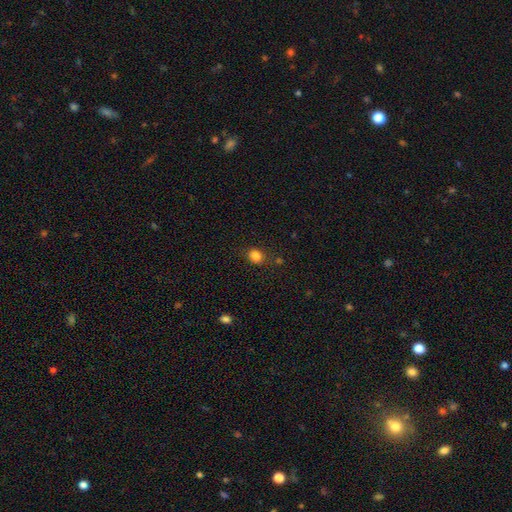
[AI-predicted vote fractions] Smooth or featured? smooth (83%)
How rounded? round (55%)
Merging? none (77%)